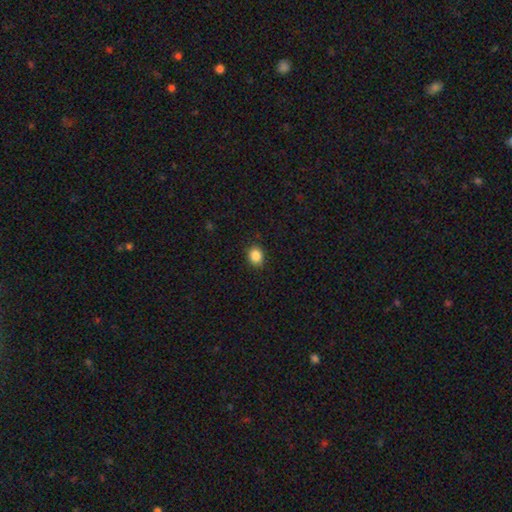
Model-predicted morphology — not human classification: The model was most divided on "how rounded": round: 53%, in between: 46%, cigar-shaped: 1%. More confident: merging — none (88%); smooth or featured — smooth (87%).